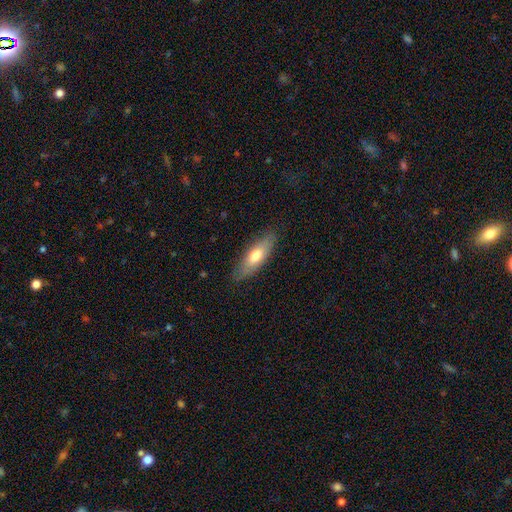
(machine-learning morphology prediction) Q: Smooth or featured?
A: smooth (64%); runner-up: featured or disk (30%)
Q: How rounded?
A: in between (57%); runner-up: cigar-shaped (41%)
Q: Merging?
A: none (83%); runner-up: minor disturbance (14%)